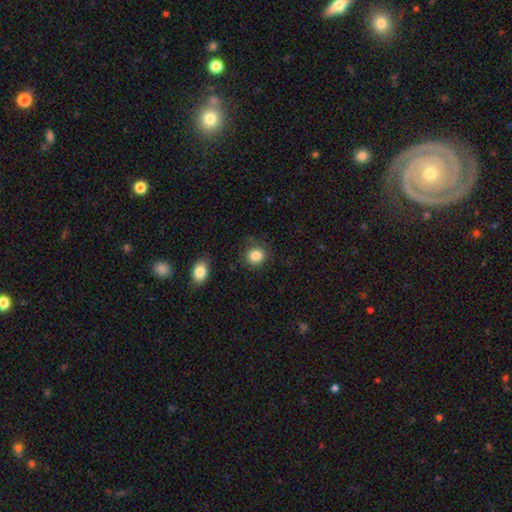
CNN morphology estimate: A smooth galaxy with no disk features (86%) that is round (84%).

Vote fractions:
- Smooth or featured? smooth: 86% / star or artifact: 9% / featured or disk: 5%
- How rounded? round: 84% / in between: 15% / cigar-shaped: 1%
- Merging? none: 82% / minor disturbance: 11% / major disturbance: 4% / merger: 3%